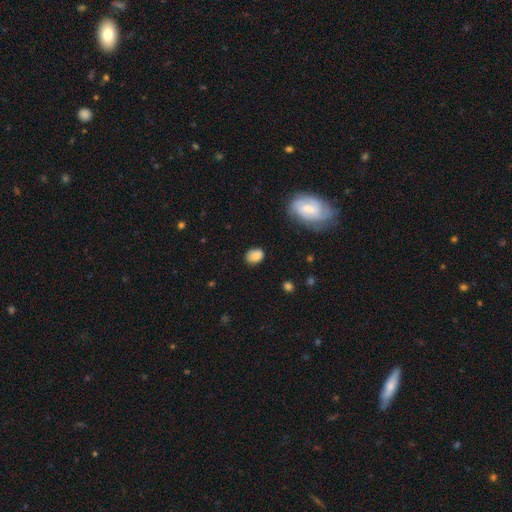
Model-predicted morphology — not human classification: This is clearly a smooth galaxy (82%). How rounded: likely in between (69%). Merging: likely none (72%).